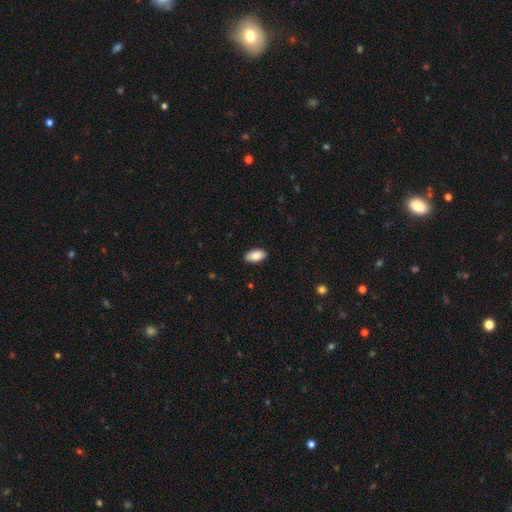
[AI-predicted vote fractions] This appears to be a smooth galaxy with no disk features (90%) that is in between round and cigar-shaped (95%). Merging: none (89%).